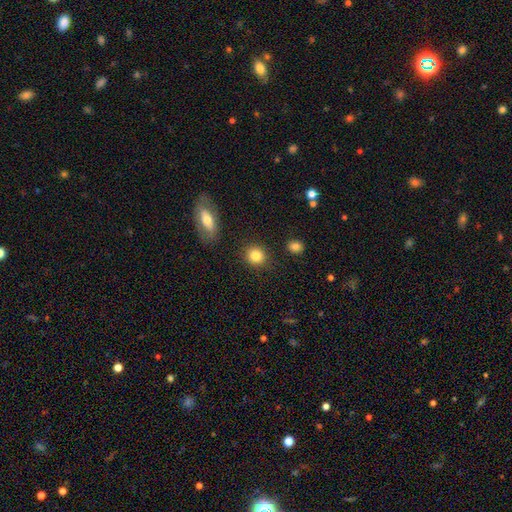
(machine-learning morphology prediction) A smooth galaxy with no disk features (84%) that is round (85%). Merging: none (87%).